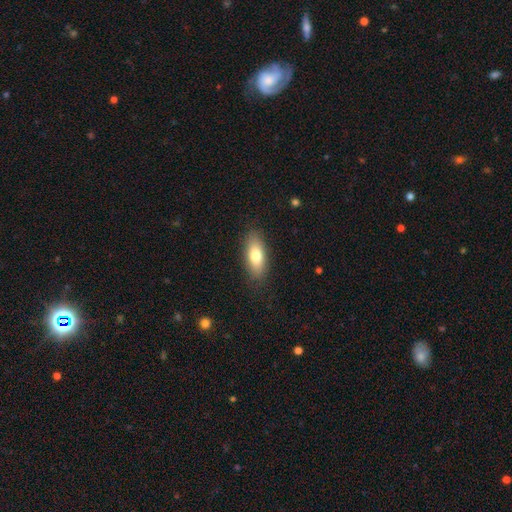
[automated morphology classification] A smooth galaxy with no disk features (77%) that is in between round and cigar-shaped (76%). Merging: none (86%).